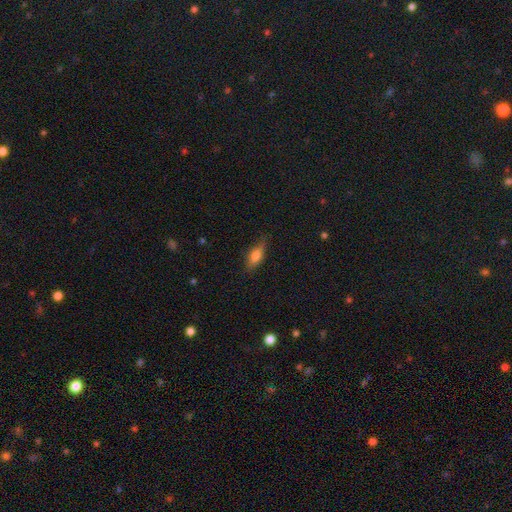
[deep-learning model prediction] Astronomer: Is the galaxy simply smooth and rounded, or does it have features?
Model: smooth — 70%.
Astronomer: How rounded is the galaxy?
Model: in between — 65%.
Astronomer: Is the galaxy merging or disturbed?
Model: none — 75%.